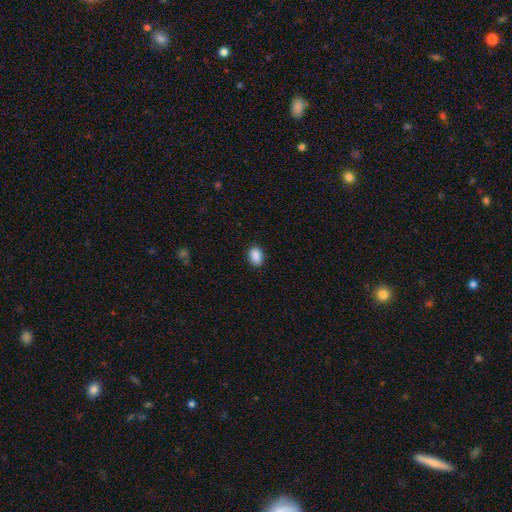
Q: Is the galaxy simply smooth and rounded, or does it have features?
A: smooth — 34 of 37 (92%).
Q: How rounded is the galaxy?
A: in between — 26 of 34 (76%).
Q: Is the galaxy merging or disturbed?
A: none — 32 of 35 (91%).